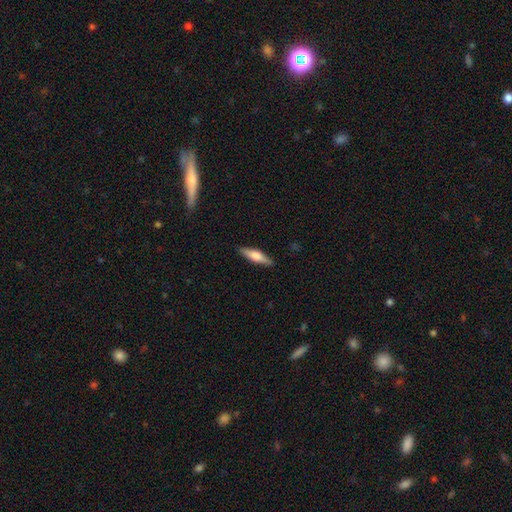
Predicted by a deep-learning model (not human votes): smooth_or_featured: smooth (p=0.58) [alt: featured or disk p=0.37]
how_rounded: cigar-shaped (p=0.68) [alt: in between p=0.30]
merging: none (p=0.89) [alt: minor disturbance p=0.08]